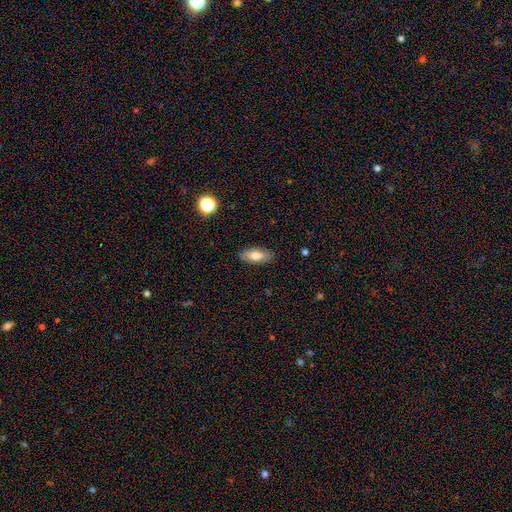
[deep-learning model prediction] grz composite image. It shows a smooth galaxy with no disk features (73%) that is in between round and cigar-shaped (81%). Merging: none (87%).